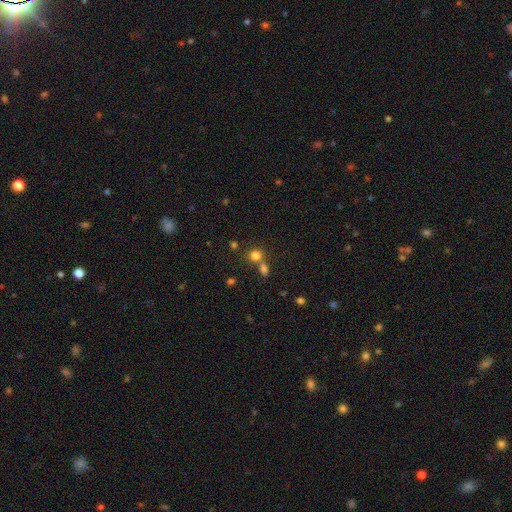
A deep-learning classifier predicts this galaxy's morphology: Smooth or featured?
  - smooth: 78% *
  - star or artifact: 15%
  - featured or disk: 7%
How rounded?
  - round: 72% *
  - in between: 27%
  - cigar-shaped: 1%
Merging?
  - none: 54% *
  - merger: 34%
  - minor disturbance: 8%
  - major disturbance: 4%